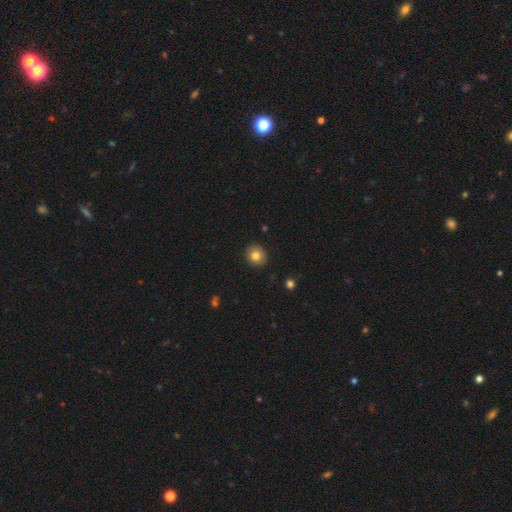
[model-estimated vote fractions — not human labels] Smooth or featured: smooth — 81% (star or artifact — 10%)
How rounded: round — 85% (in between — 14%)
Merging: none — 91% (minor disturbance — 7%)